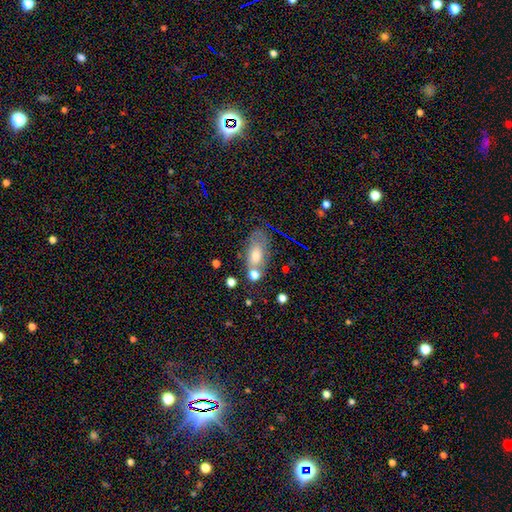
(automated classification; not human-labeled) The model was most divided on "merging": none: 51%, minor disturbance: 23%, merger: 14%, major disturbance: 12%. More confident: how rounded — in between (84%); smooth or featured — smooth (58%).